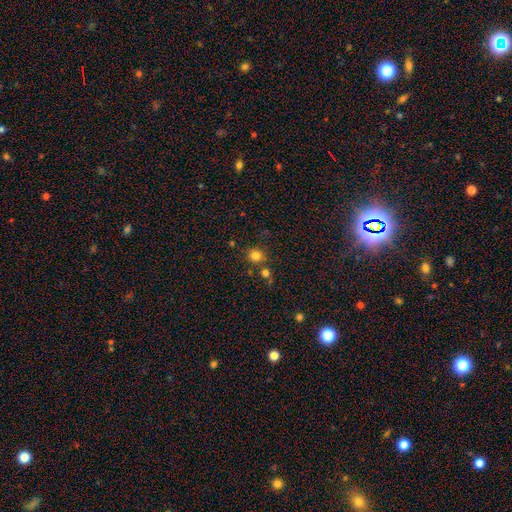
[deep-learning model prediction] Smooth or featured? Predicted: smooth (p=0.80). How rounded? Predicted: round (p=0.88). Merging? Predicted: none (p=0.76).